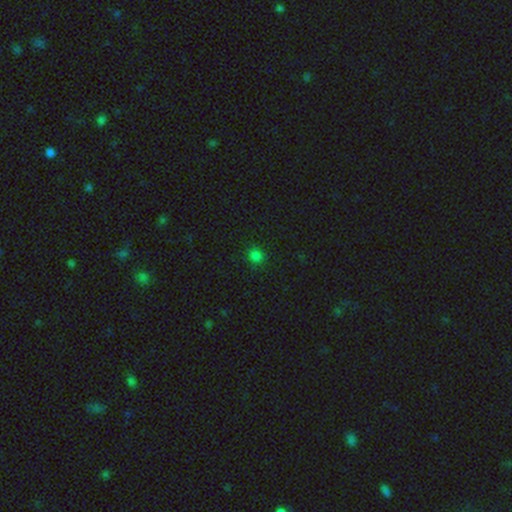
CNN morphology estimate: Smooth or featured? smooth (79%)
How rounded? round (87%)
Merging? none (89%)